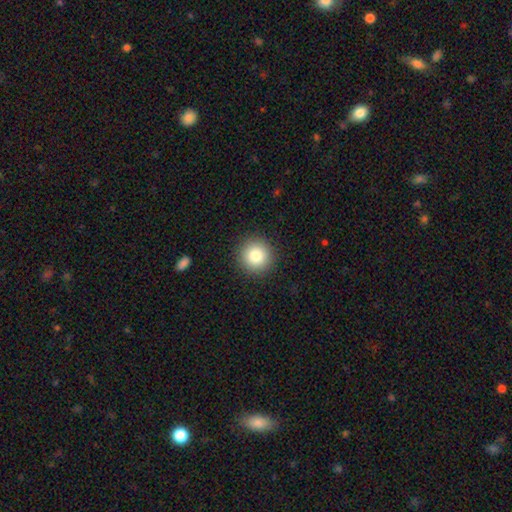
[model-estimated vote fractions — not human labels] Morphology: type=smooth (83%); roundness=round (95%); merging=none (92%).